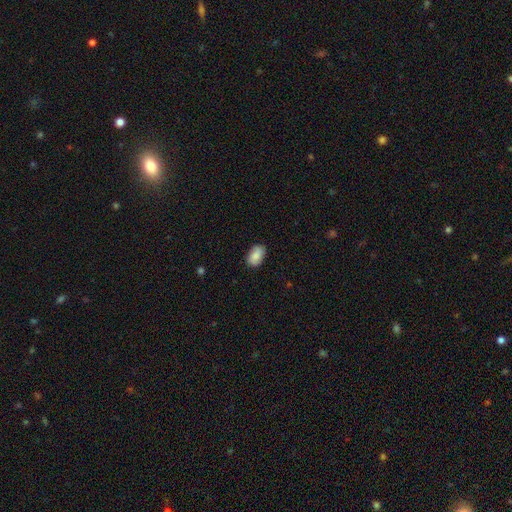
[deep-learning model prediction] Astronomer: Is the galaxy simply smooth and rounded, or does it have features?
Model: smooth — 83%.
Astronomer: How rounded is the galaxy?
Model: in between — 89%.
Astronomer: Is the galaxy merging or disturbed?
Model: none — 82%.